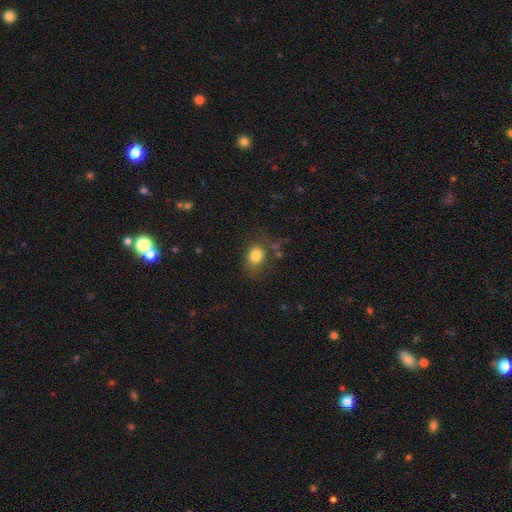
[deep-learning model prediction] smooth 82%, star or artifact 10%, featured or disk 8%. Down the decision tree: how rounded — round (50%); merging — none (68%).